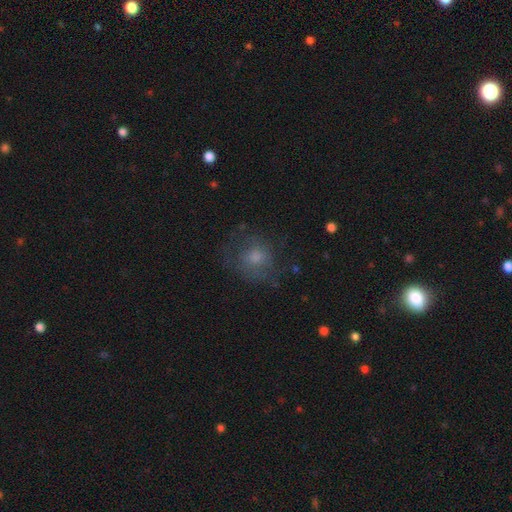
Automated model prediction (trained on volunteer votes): smooth_or_featured: smooth (p=0.55) [alt: featured or disk p=0.28]
how_rounded: round (p=0.75) [alt: in between p=0.24]
merging: none (p=0.64) [alt: minor disturbance p=0.19]